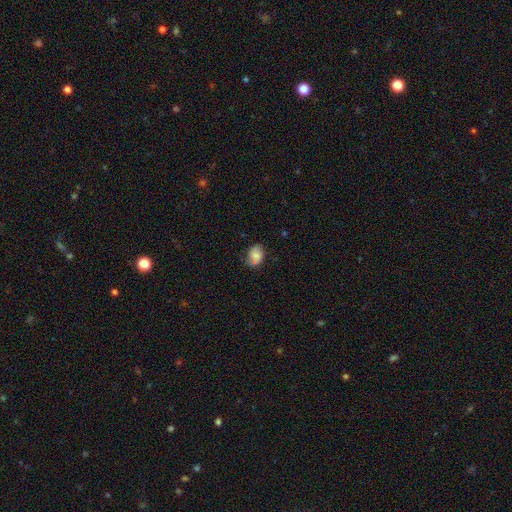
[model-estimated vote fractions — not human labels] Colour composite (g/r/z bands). It shows a smooth galaxy with no disk features (69%) that is in between round and cigar-shaped (63%). Merging: none (62%).